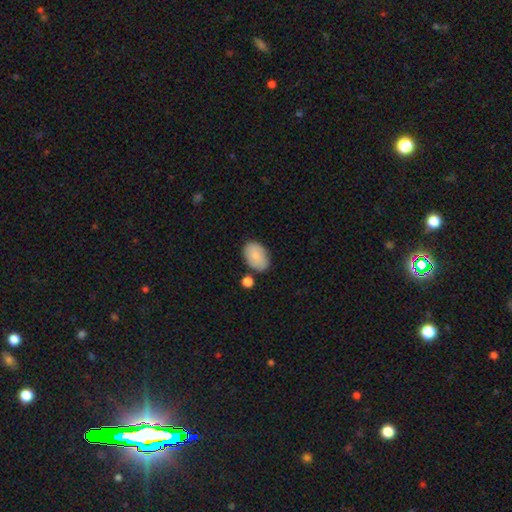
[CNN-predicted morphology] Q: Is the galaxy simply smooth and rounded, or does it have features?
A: smooth — 85%.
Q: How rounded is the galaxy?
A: in between — 90%.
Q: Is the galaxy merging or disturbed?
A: none — 77%.